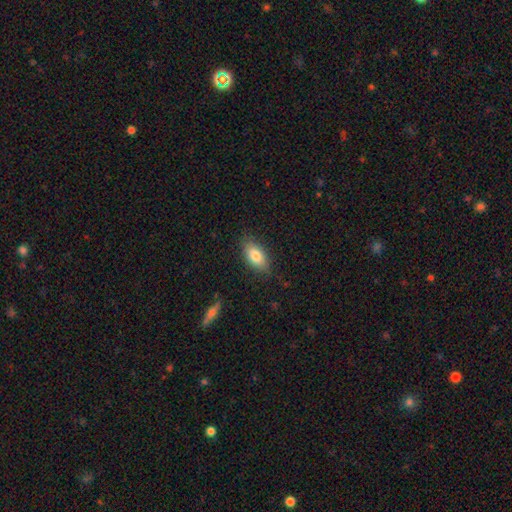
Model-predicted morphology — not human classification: Smooth or featured? Predicted: smooth (p=0.80). How rounded? Predicted: in between (p=0.89). Merging? Predicted: none (p=0.82).